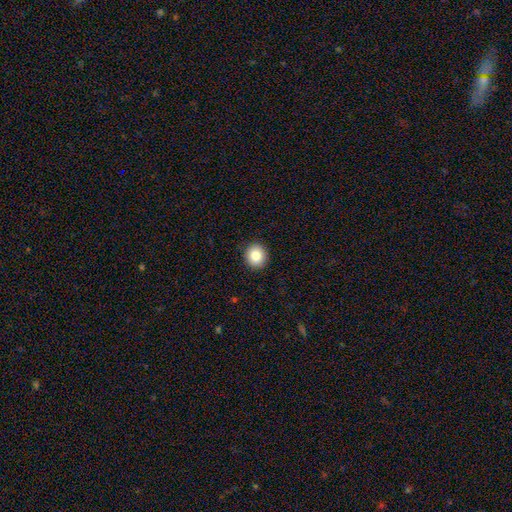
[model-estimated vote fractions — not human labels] Smooth or featured: smooth — 84% (star or artifact — 9%)
How rounded: round — 84% (in between — 15%)
Merging: none — 92% (minor disturbance — 5%)